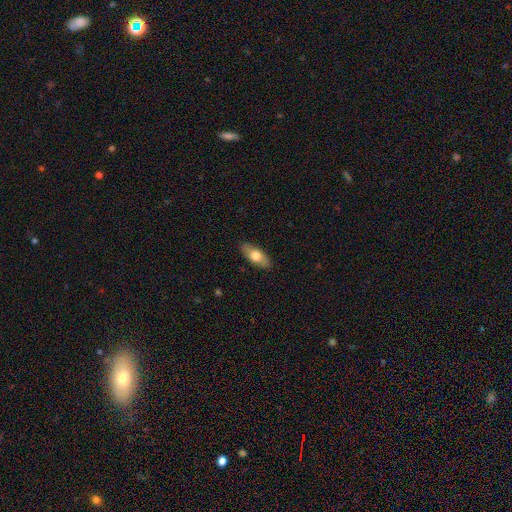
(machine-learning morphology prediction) smooth 69%, featured or disk 25%, star or artifact 6%. Down the decision tree: how rounded — in between (82%); merging — none (88%).